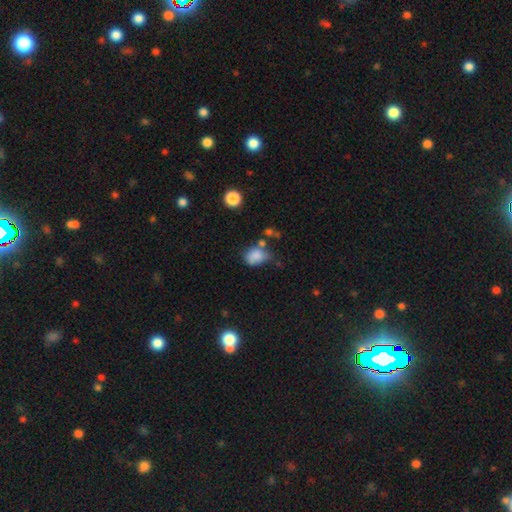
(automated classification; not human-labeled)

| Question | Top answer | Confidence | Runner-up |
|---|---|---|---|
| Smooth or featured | smooth | 77% | featured or disk (12%) |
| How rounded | in between | 64% | round (35%) |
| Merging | none | 39% | minor disturbance (33%) |